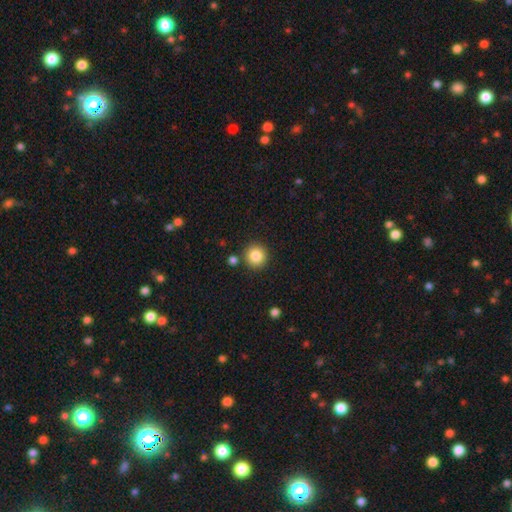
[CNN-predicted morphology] A smooth galaxy with no disk features (85%) that is round (94%). Merging: none (86%).